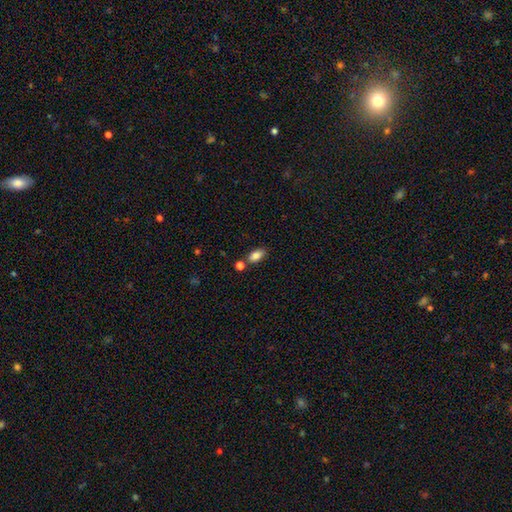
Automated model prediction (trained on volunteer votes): This appears to be a smooth galaxy with no disk features (85%) that is in between round and cigar-shaped (90%). Merging: none (70%).